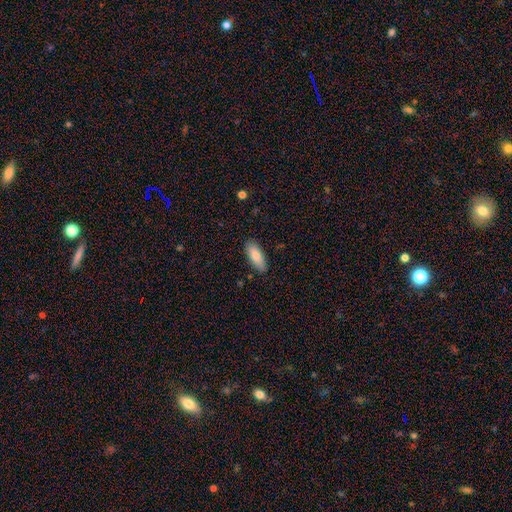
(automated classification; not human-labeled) A smooth galaxy with no disk features (83%) that is in between round and cigar-shaped (77%). Merging: none (84%).